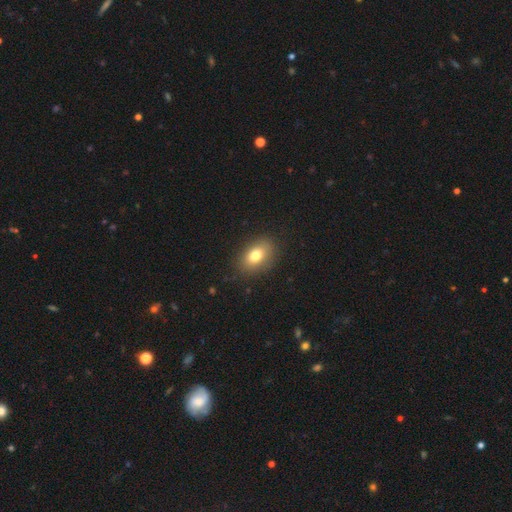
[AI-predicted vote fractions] The model was most divided on "how rounded": in between: 80%, round: 18%, cigar-shaped: 2%. More confident: merging — none (86%); smooth or featured — smooth (77%).